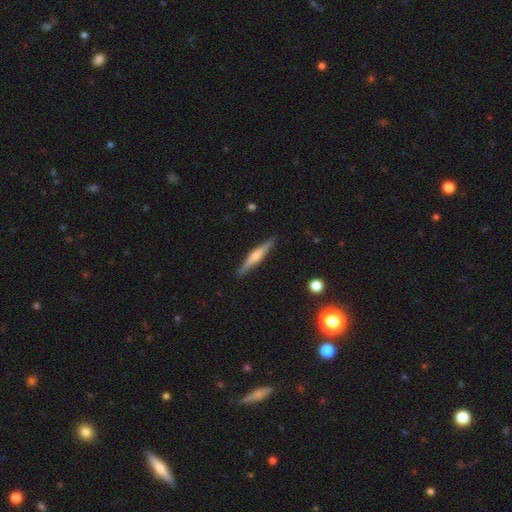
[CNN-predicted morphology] This appears to be a featured or disk galaxy (65%) viewed edge-on (98%) with a rounded central bulge (77%). Merging: none (90%).